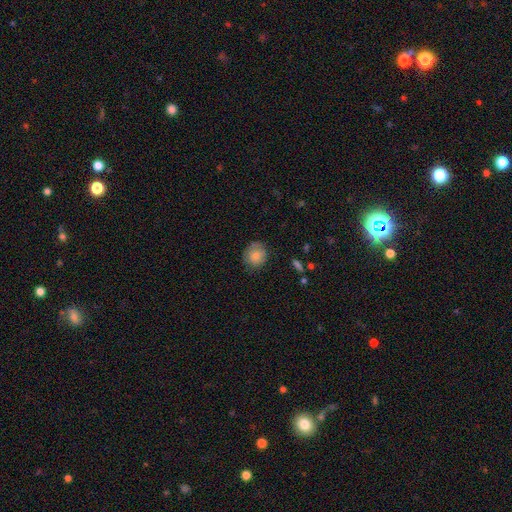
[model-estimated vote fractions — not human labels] Smooth or featured? Predicted: smooth (p=0.80). How rounded? Predicted: round (p=0.78). Merging? Predicted: none (p=0.74).